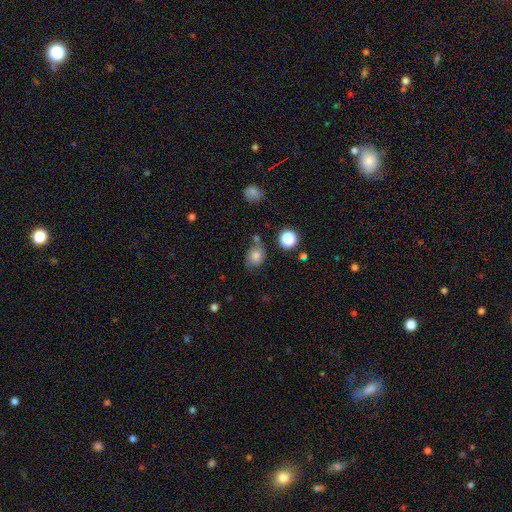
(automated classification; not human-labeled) This is likely a smooth galaxy (74%). How rounded: possibly in between (51%). Merging: possibly none (59%).